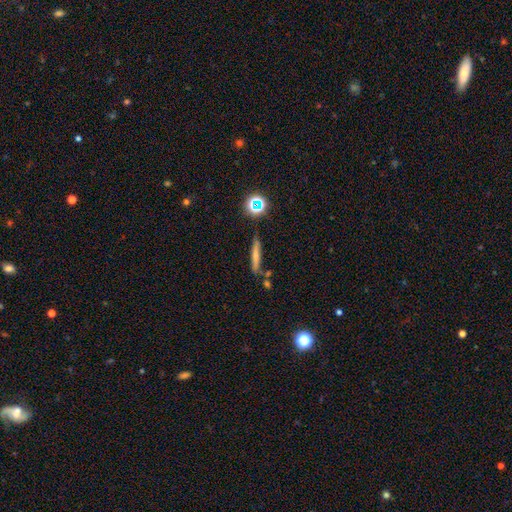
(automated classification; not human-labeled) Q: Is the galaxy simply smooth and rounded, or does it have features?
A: smooth — 59%.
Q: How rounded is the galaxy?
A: cigar-shaped — 88%.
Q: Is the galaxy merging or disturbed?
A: none — 76%.